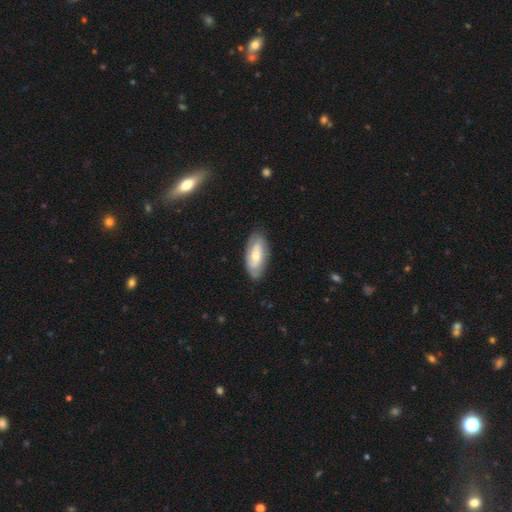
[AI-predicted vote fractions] Smooth or featured? Predicted: smooth (p=0.51). How rounded? Predicted: in between (p=0.88). Merging? Predicted: none (p=0.79).